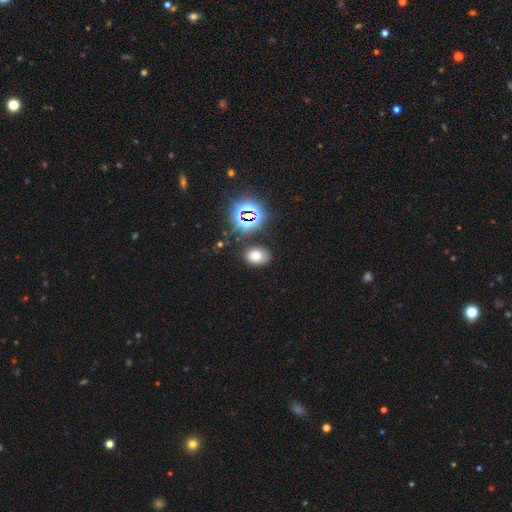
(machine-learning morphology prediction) Smooth or featured? Predicted: smooth (p=0.68). How rounded? Predicted: in between (p=0.73). Merging? Predicted: none (p=0.79).